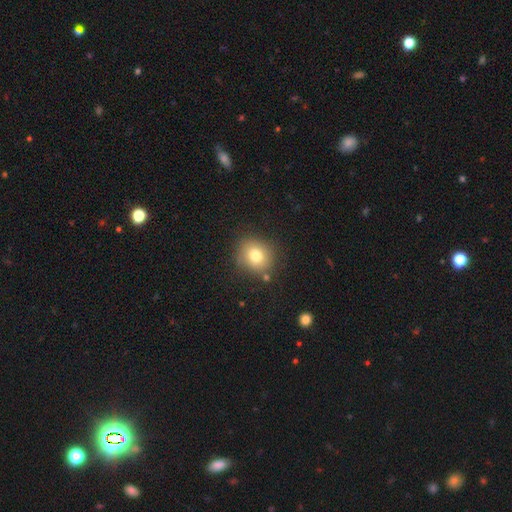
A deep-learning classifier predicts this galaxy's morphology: Smooth or featured: smooth — 77% (star or artifact — 12%)
How rounded: round — 76% (in between — 23%)
Merging: none — 82% (minor disturbance — 11%)